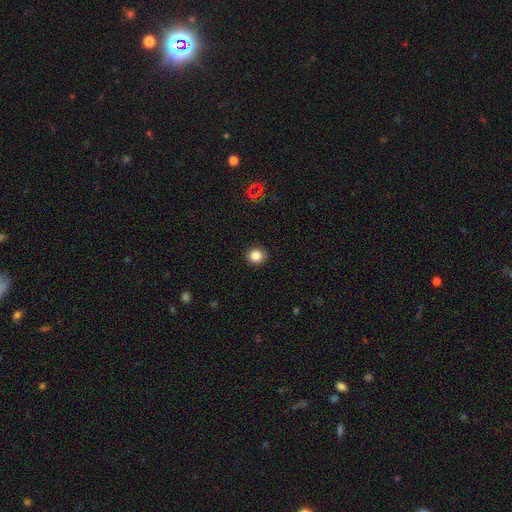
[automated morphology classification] Smooth or featured?
  - smooth: 84% *
  - star or artifact: 11%
  - featured or disk: 4%
How rounded?
  - round: 85% *
  - in between: 14%
  - cigar-shaped: 1%
Merging?
  - none: 91% *
  - minor disturbance: 7%
  - major disturbance: 2%
  - merger: 1%